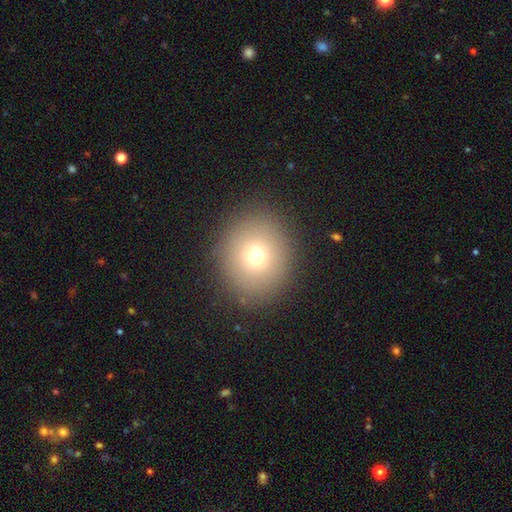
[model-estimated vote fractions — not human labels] smooth_or_featured: smooth (p=0.72) [alt: star or artifact p=0.15]
how_rounded: round (p=0.81) [alt: in between p=0.18]
merging: none (p=0.89) [alt: minor disturbance p=0.07]